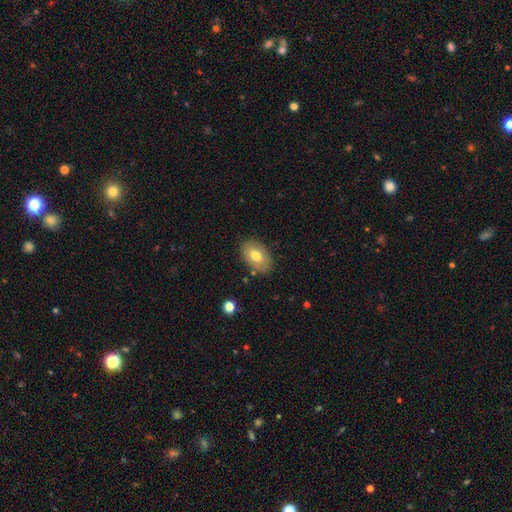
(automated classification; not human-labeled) Smooth or featured: smooth — 71% (featured or disk — 22%)
How rounded: in between — 90% (round — 9%)
Merging: none — 83% (minor disturbance — 12%)